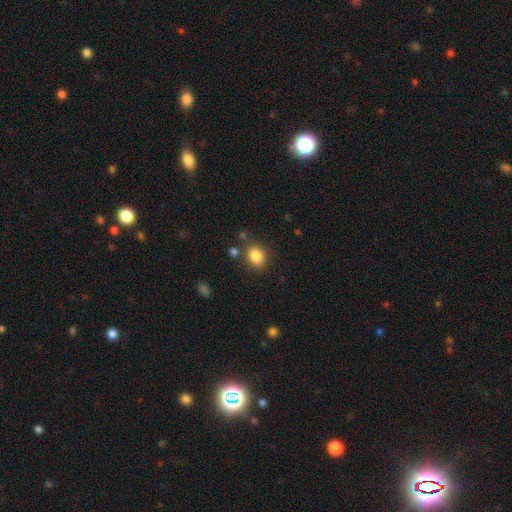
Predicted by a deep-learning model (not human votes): Smooth or featured? Predicted: smooth (p=0.84). How rounded? Predicted: round (p=0.67). Merging? Predicted: none (p=0.79).